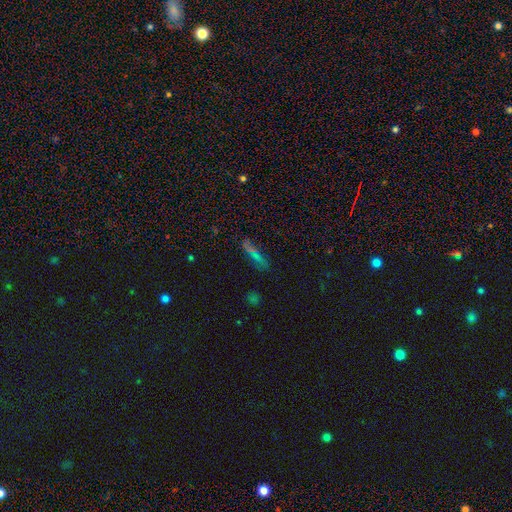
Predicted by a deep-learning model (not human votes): Morphology: type=smooth (58%); roundness=cigar-shaped (82%); merging=none (72%).